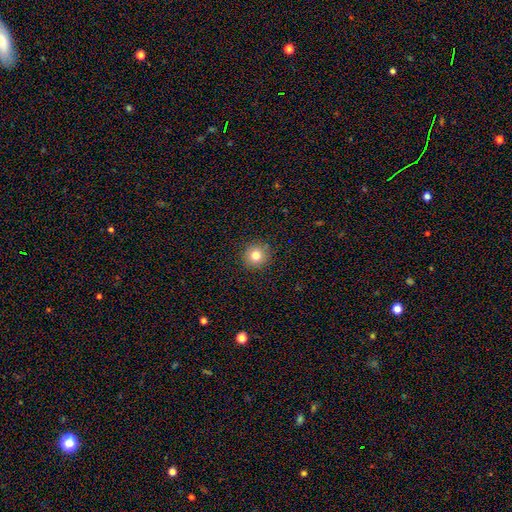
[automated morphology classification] The model was most divided on "smooth or featured": smooth: 79%, star or artifact: 12%, featured or disk: 8%. More confident: how rounded — round (94%); merging — none (90%).